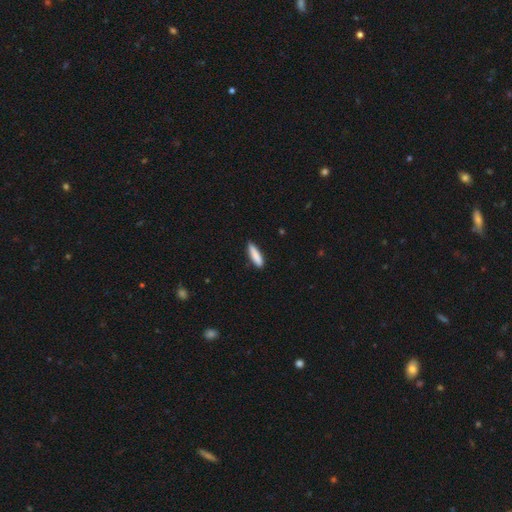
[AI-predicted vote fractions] This is clearly a smooth galaxy (87%). How rounded: likely cigar-shaped (72%). Merging: clearly none (83%).